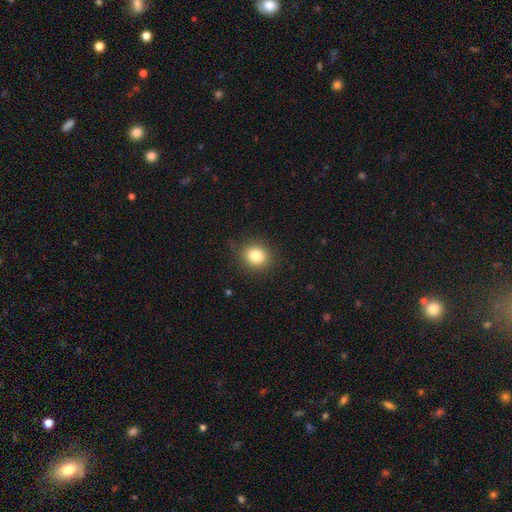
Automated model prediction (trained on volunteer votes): This is clearly a smooth galaxy (83%). How rounded: likely round (72%). Merging: clearly none (86%).